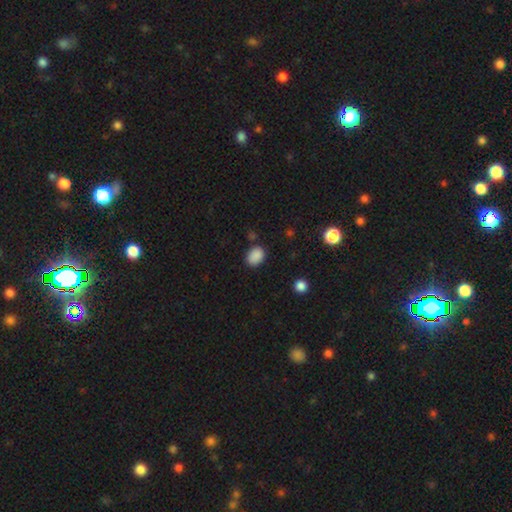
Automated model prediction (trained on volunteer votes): smooth-or-featured: smooth: 87% | star or artifact: 10% | featured or disk: 3%
  how-rounded: in between: 68% | round: 31% | cigar-shaped: 1%
  merging: none: 80% | minor disturbance: 13% | major disturbance: 3% | merger: 3%